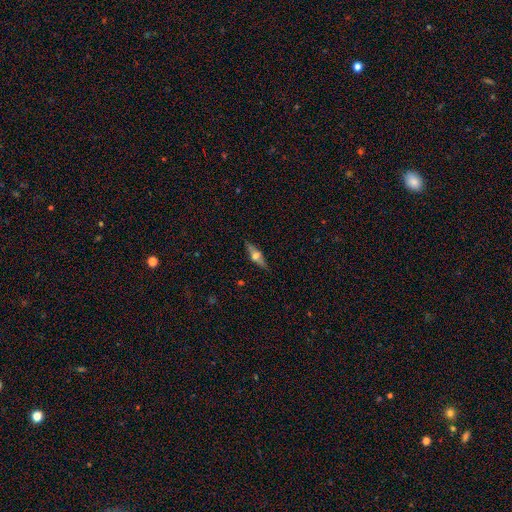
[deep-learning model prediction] This appears to be a featured or disk galaxy (66%) viewed edge-on (94%) with a rounded central bulge (95%). Merging: none (87%).